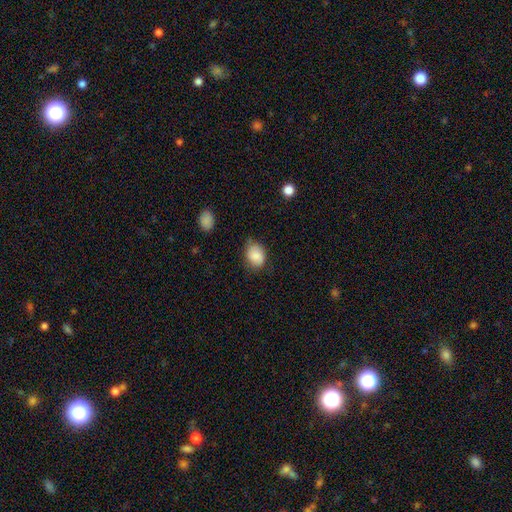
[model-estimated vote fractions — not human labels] A smooth galaxy with no disk features (85%) that is in between round and cigar-shaped (57%). Merging: none (66%).